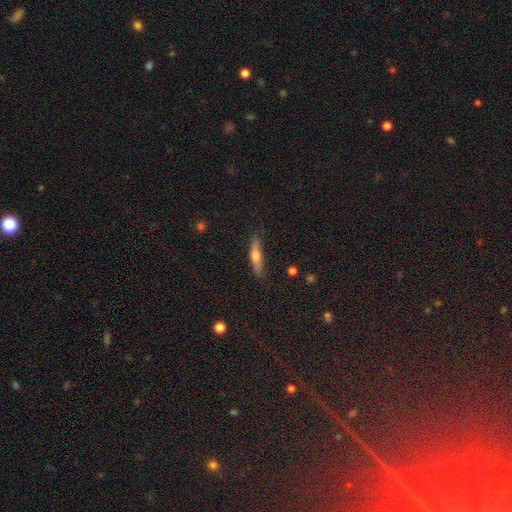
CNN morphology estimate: type=smooth (50%); merging=none (84%).